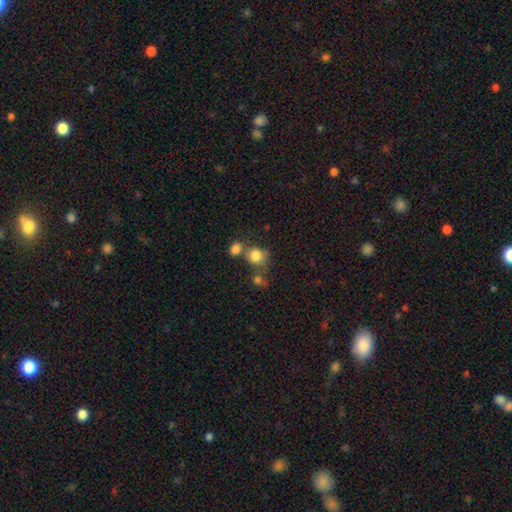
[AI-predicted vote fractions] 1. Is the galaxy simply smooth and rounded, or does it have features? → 81% smooth, 11% star or artifact, 8% featured or disk.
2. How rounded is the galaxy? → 76% round, 23% in between, 1% cigar-shaped.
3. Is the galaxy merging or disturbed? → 46% none, 35% merger, 12% minor disturbance, 7% major disturbance.